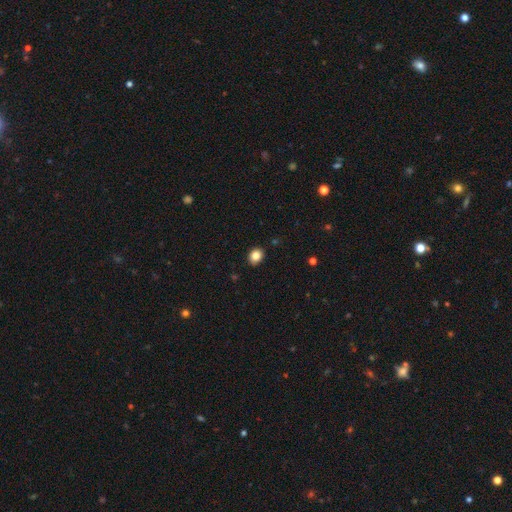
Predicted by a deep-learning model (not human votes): Q: Smooth or featured?
A: smooth (85%); runner-up: star or artifact (10%)
Q: How rounded?
A: round (54%); runner-up: in between (45%)
Q: Merging?
A: none (89%); runner-up: minor disturbance (8%)